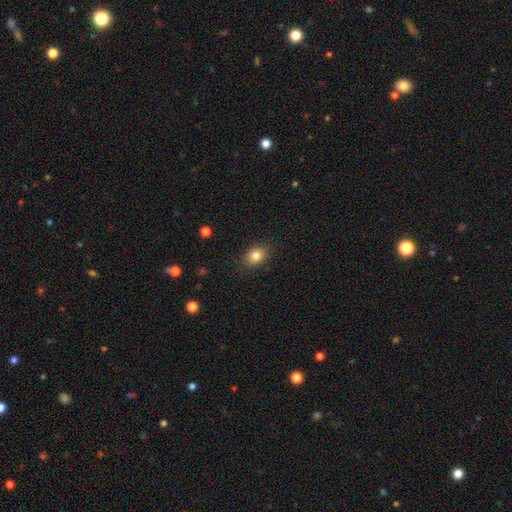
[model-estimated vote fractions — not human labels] A smooth galaxy with no disk features (83%) that is in between round and cigar-shaped (65%).

Vote fractions:
- Smooth or featured? smooth: 83% / star or artifact: 10% / featured or disk: 7%
- How rounded? in between: 65% / round: 34% / cigar-shaped: 1%
- Merging? none: 86% / minor disturbance: 10% / major disturbance: 3% / merger: 1%